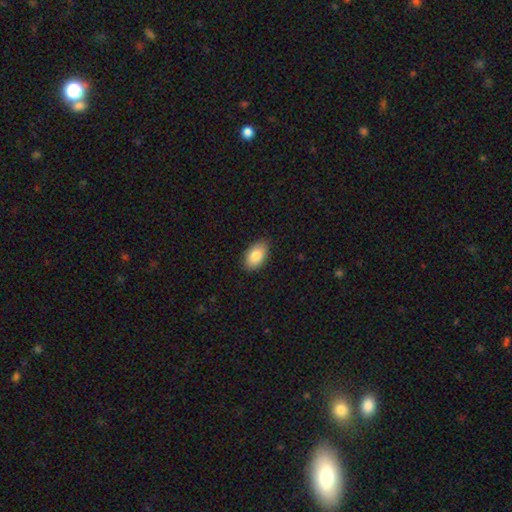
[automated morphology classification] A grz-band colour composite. It shows a smooth galaxy with no disk features (85%) that is in between round and cigar-shaped (93%). Merging: none (84%).